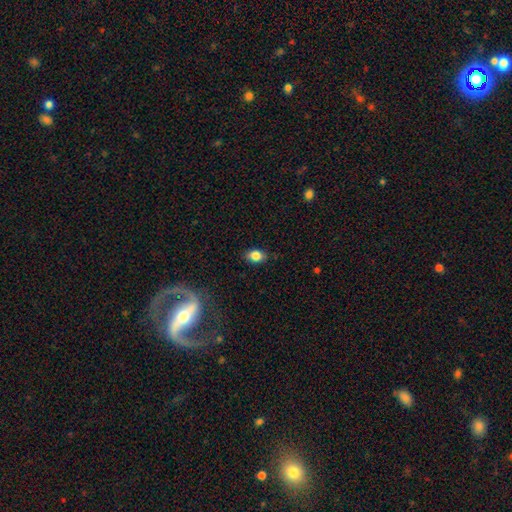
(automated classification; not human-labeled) This is clearly a smooth galaxy (83%). How rounded: likely in between (77%). Merging: clearly none (84%).